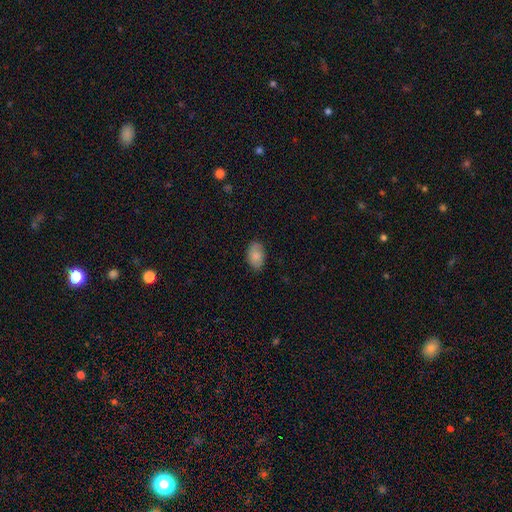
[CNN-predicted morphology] Q: Smooth or featured?
A: smooth (84%); runner-up: featured or disk (9%)
Q: How rounded?
A: in between (90%); runner-up: round (9%)
Q: Merging?
A: none (82%); runner-up: minor disturbance (14%)